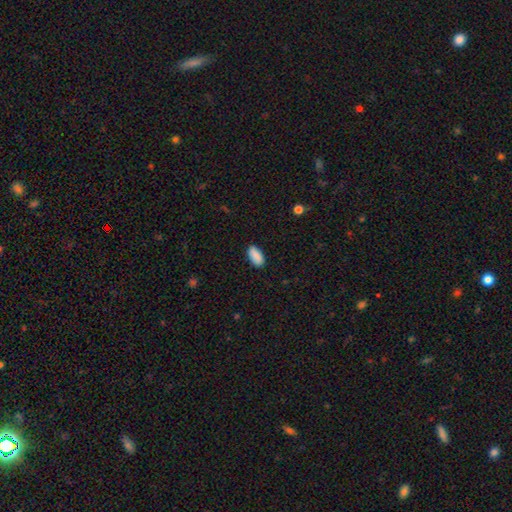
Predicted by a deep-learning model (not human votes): Smooth or featured: smooth — 89% (star or artifact — 7%)
How rounded: in between — 93% (cigar-shaped — 5%)
Merging: none — 86% (minor disturbance — 10%)